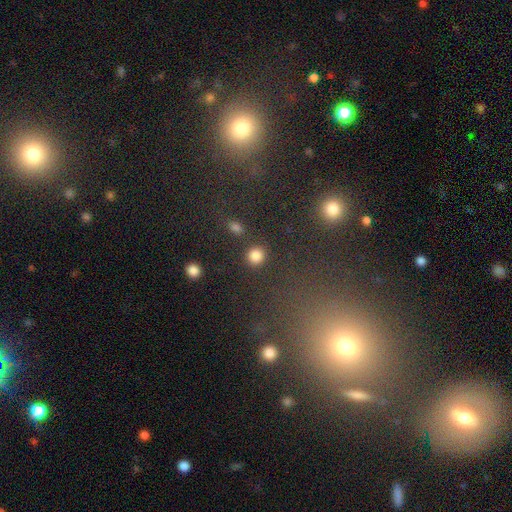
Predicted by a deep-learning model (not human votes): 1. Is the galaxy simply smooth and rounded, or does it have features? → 85% smooth, 11% star or artifact, 4% featured or disk.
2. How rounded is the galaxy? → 90% round, 9% in between, 1% cigar-shaped.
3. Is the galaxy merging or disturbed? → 86% none, 7% minor disturbance, 4% merger, 3% major disturbance.